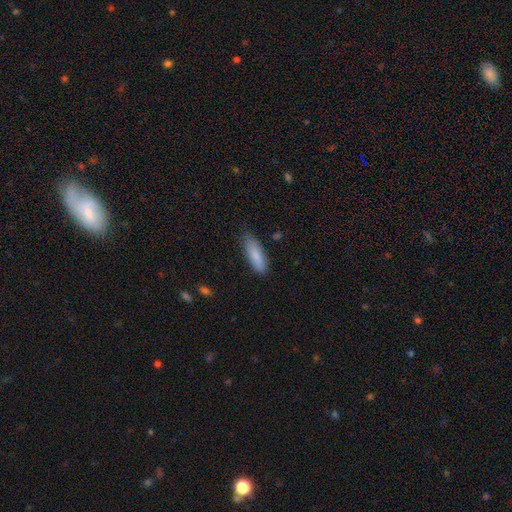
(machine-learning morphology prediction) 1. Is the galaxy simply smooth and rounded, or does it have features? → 86% smooth, 8% featured or disk, 6% star or artifact.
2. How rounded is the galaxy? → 55% in between, 43% cigar-shaped, 2% round.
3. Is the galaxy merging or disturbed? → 77% none, 19% minor disturbance, 3% major disturbance, 1% merger.